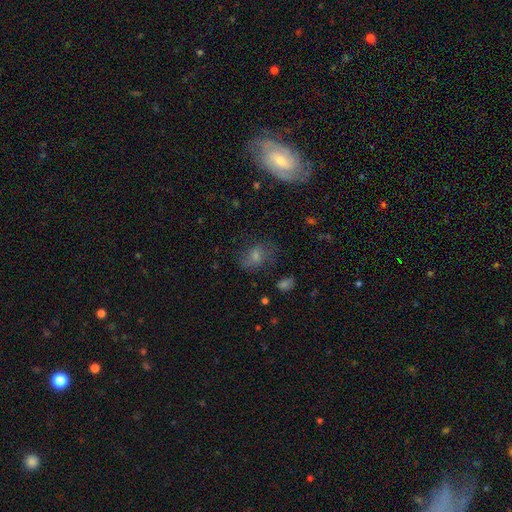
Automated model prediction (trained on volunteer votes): Smooth or featured? smooth (44%)
Merging? none (68%)